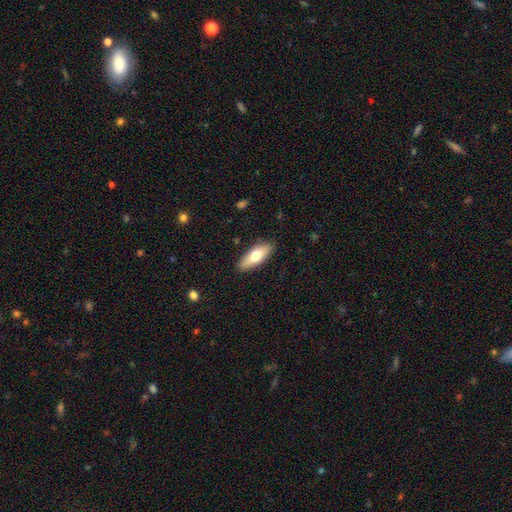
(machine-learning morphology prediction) Smooth or featured? smooth (68%)
How rounded? in between (68%)
Merging? none (88%)